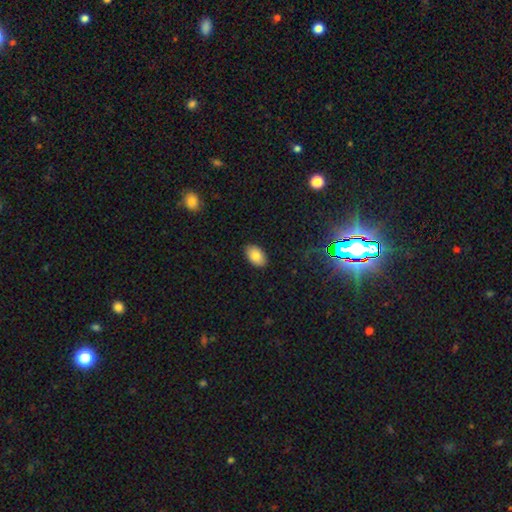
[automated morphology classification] This appears to be a smooth galaxy with no disk features (83%) that is in between round and cigar-shaped (92%). Merging: none (88%).